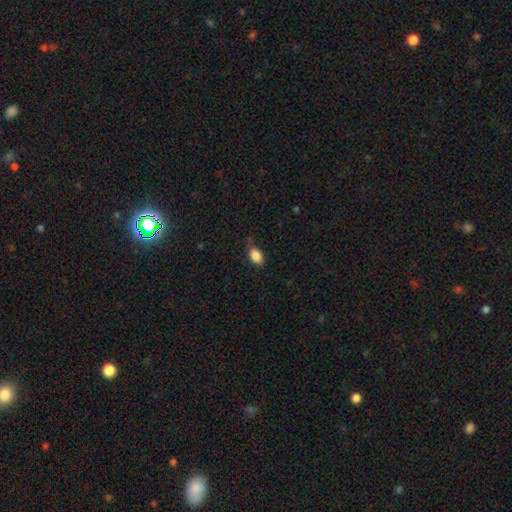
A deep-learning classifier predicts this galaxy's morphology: type=smooth (87%); roundness=in between (87%); merging=none (78%).